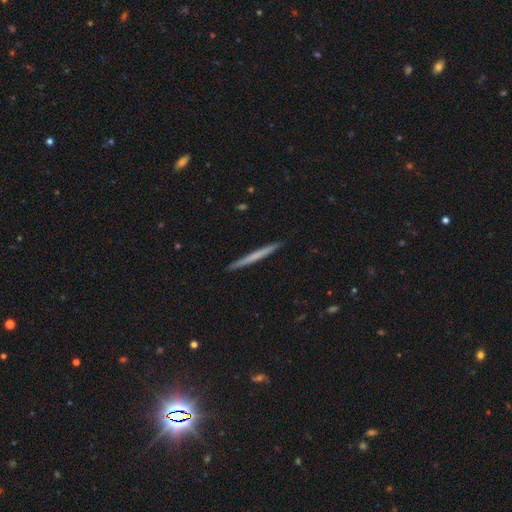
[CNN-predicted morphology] A smooth galaxy with no disk features (54%) that is cigar-shaped (97%).

Vote fractions:
- Smooth or featured? smooth: 54% / featured or disk: 40% / star or artifact: 5%
- How rounded? cigar-shaped: 97% / in between: 2% / round: 1%
- Merging? none: 92% / minor disturbance: 5% / major disturbance: 1% / merger: 1%